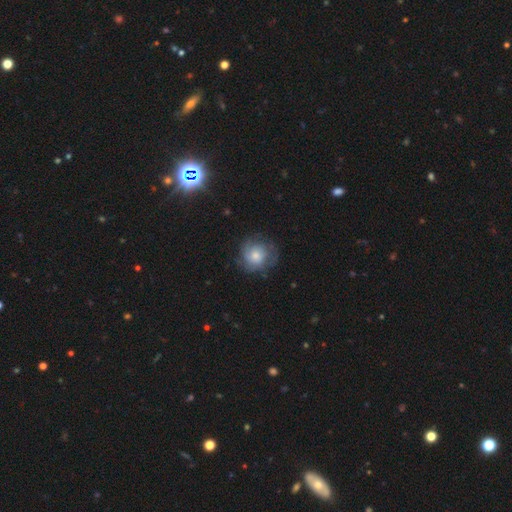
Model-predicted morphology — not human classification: Q: Smooth or featured?
A: smooth (53%); runner-up: featured or disk (39%)
Q: How rounded?
A: round (87%); runner-up: in between (12%)
Q: Merging?
A: none (68%); runner-up: minor disturbance (20%)